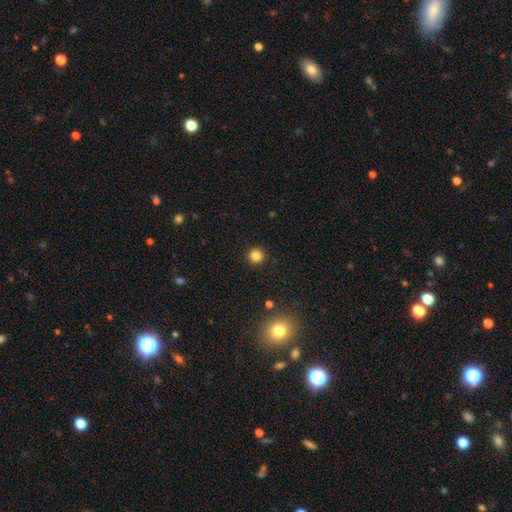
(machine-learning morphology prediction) Overall: smooth (84%). How rounded: round (94%). Merging: none (92%).